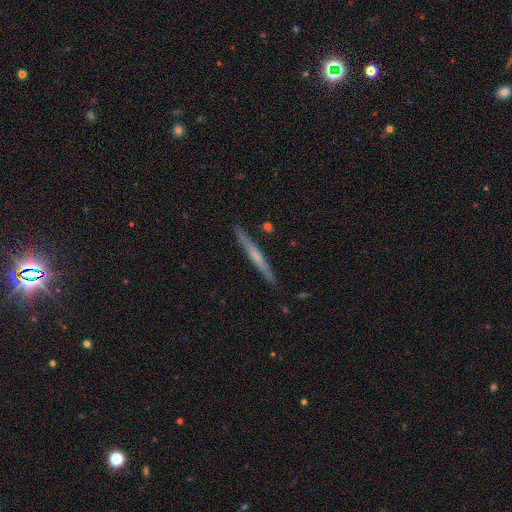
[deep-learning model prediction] A featured or disk galaxy (48%). Merging: none (89%).